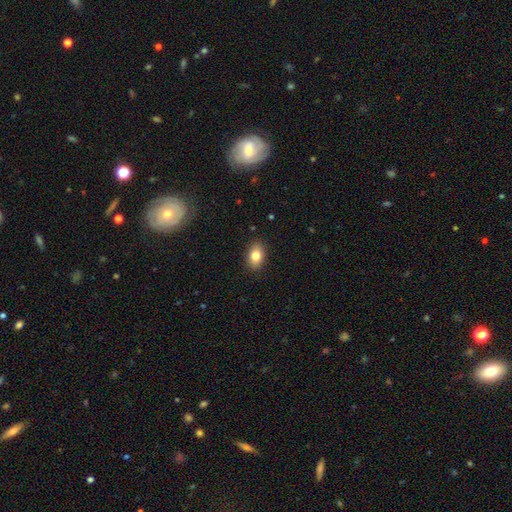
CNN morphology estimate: smooth 83%, featured or disk 9%, star or artifact 8%. Down the decision tree: how rounded — in between (84%); merging — none (88%).